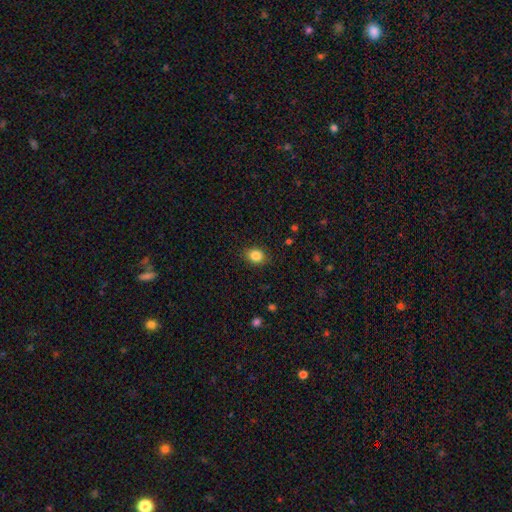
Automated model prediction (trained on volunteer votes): This is clearly a smooth galaxy (86%). How rounded: possibly round (50%). Merging: clearly none (86%).